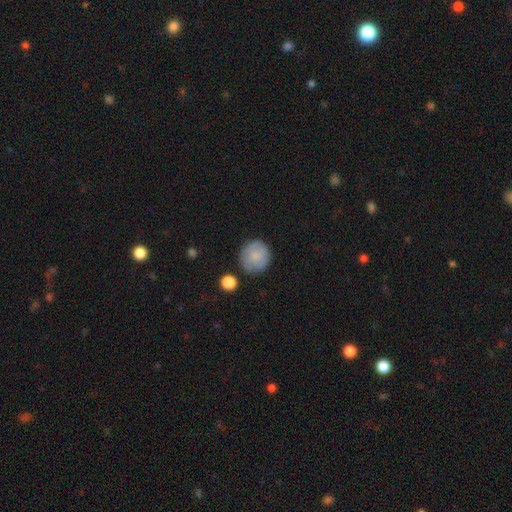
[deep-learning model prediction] This is likely a smooth galaxy (73%). How rounded: clearly round (90%). Merging: likely none (77%).